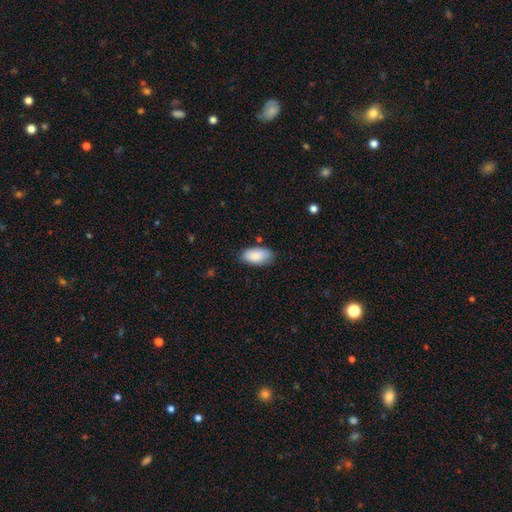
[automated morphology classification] type=smooth (86%); roundness=in between (95%); merging=none (74%).